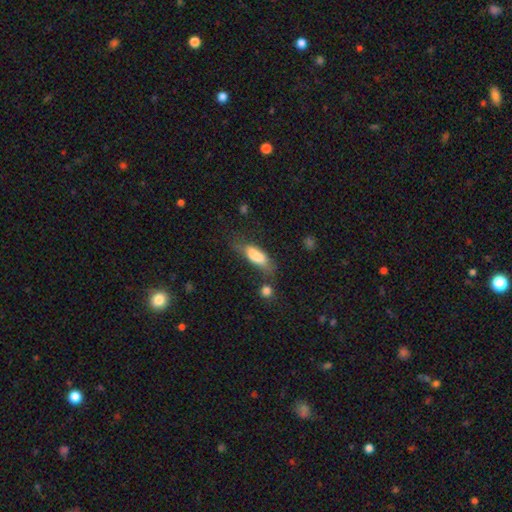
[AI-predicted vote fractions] Smooth or featured: smooth — 75% (featured or disk — 18%)
How rounded: in between — 67% (cigar-shaped — 30%)
Merging: none — 40% (minor disturbance — 28%)